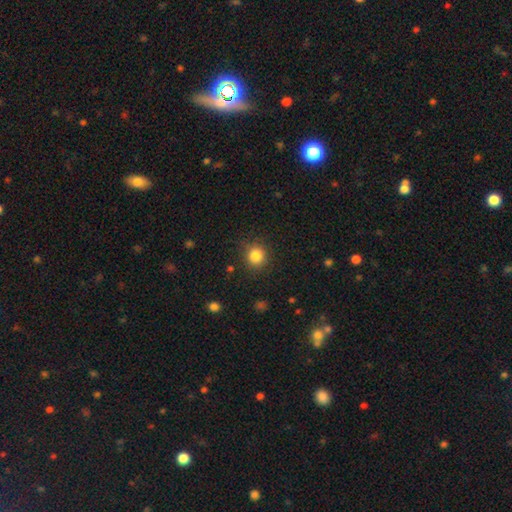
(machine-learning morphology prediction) Smooth or featured? smooth (84%)
How rounded? round (90%)
Merging? none (87%)